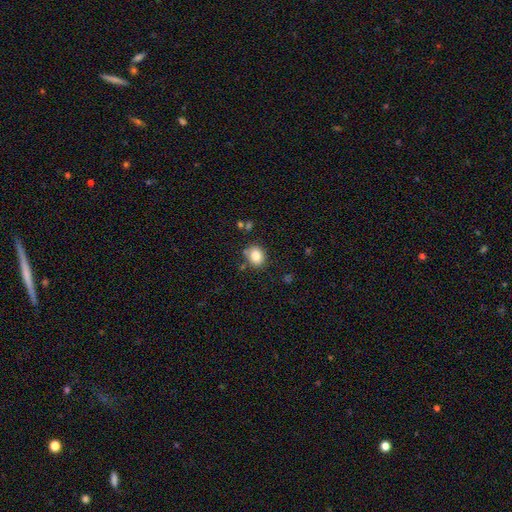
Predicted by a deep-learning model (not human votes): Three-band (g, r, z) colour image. It shows a smooth galaxy with no disk features (84%) that is round (53%). Merging: none (79%).